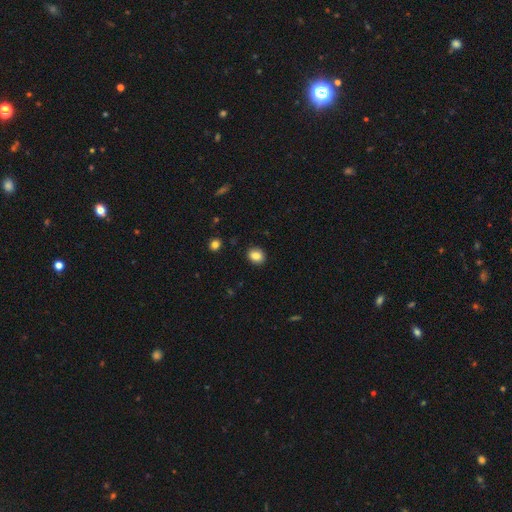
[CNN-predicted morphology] Smooth or featured: smooth — 86% (star or artifact — 9%)
How rounded: round — 60% (in between — 39%)
Merging: none — 90% (minor disturbance — 7%)